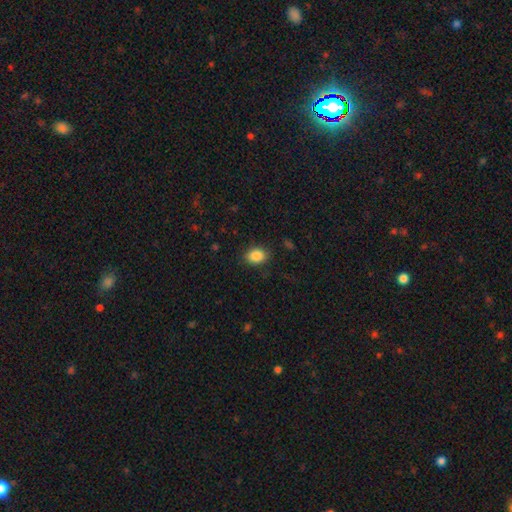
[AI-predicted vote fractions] Smooth or featured?
  - smooth: 87% *
  - star or artifact: 9%
  - featured or disk: 4%
How rounded?
  - in between: 71% *
  - round: 28%
  - cigar-shaped: 1%
Merging?
  - none: 86% *
  - minor disturbance: 10%
  - major disturbance: 3%
  - merger: 1%